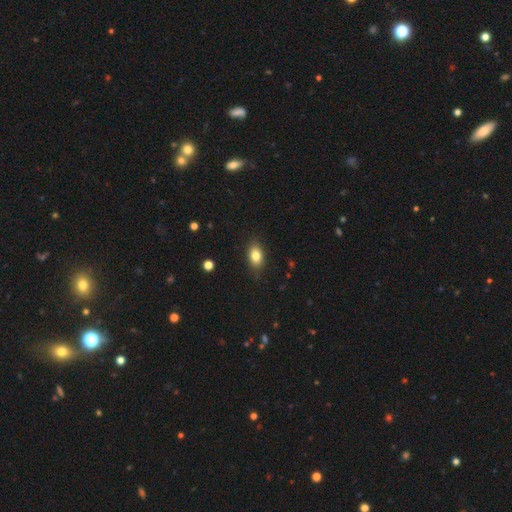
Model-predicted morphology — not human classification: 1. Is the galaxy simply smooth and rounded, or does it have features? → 82% smooth, 9% featured or disk, 9% star or artifact.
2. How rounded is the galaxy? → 85% in between, 12% round, 3% cigar-shaped.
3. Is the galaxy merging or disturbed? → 84% none, 13% minor disturbance, 3% major disturbance, 1% merger.